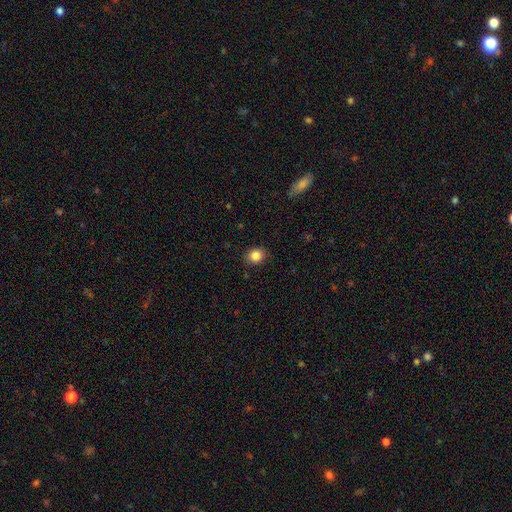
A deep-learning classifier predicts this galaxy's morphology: Overall: smooth (85%). How rounded: round (70%). Merging: none (88%).